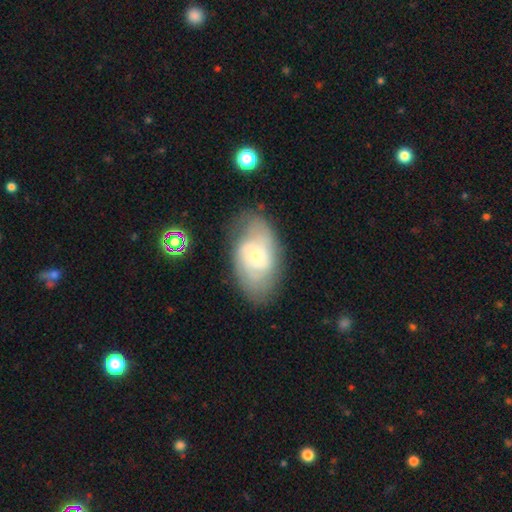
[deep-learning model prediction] Q: Smooth or featured?
A: featured or disk (63%); runner-up: smooth (30%)
Q: Edge-on disk?
A: no (95%); runner-up: yes (5%)
Q: Bar?
A: no (74%); runner-up: weak (22%)
Q: Spiral arms?
A: yes (82%); runner-up: no (18%)
Q: Bulge size?
A: small (76%); runner-up: moderate (19%)
Q: Merging?
A: none (72%); runner-up: minor disturbance (19%)